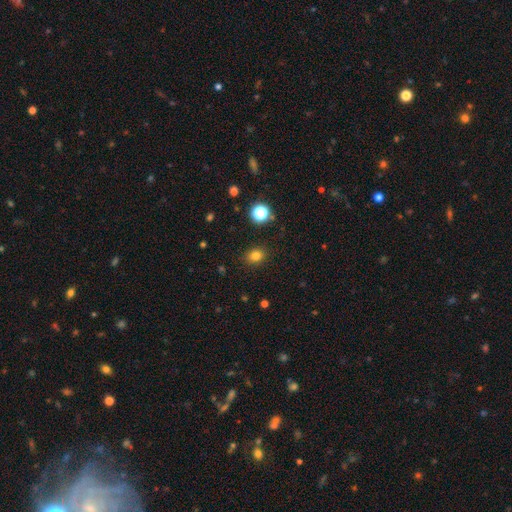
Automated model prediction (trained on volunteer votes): Overall: smooth (79%). How rounded: round (56%; in between 43%). Merging: none (88%).